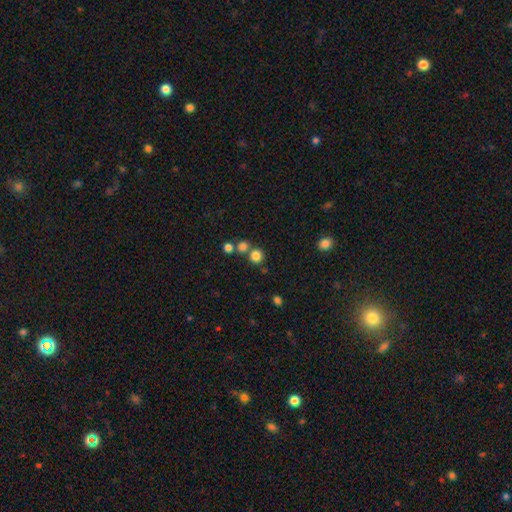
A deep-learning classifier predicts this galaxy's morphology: Overall: smooth (80%). How rounded: round (90%). Merging: none (67%).